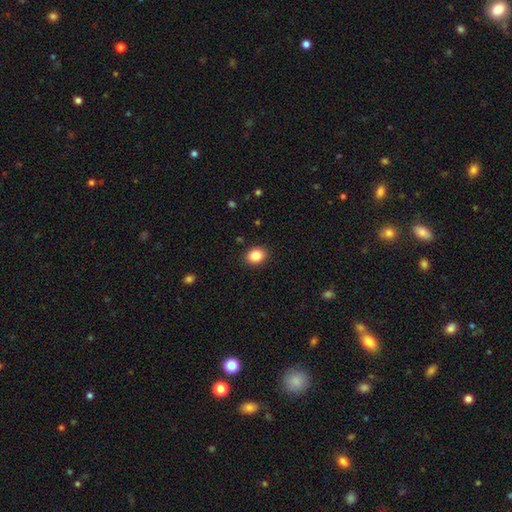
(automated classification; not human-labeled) A smooth galaxy with no disk features (86%) that is round (52%).

Vote fractions:
- Smooth or featured? smooth: 86% / star or artifact: 9% / featured or disk: 4%
- How rounded? round: 52% / in between: 47% / cigar-shaped: 1%
- Merging? none: 90% / minor disturbance: 7% / major disturbance: 2% / merger: 1%